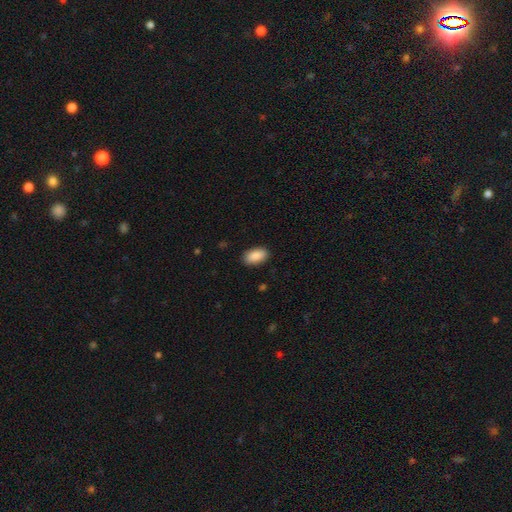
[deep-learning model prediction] This appears to be a smooth galaxy with no disk features (90%) that is in between round and cigar-shaped (94%). Merging: none (89%).